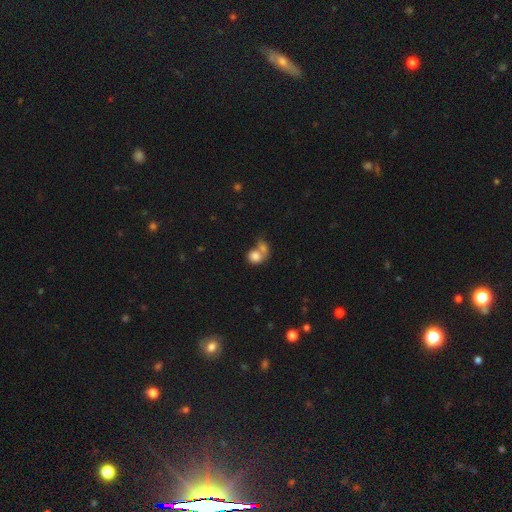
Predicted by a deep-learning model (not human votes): This is clearly a smooth galaxy (81%). How rounded: possibly round (60%). Merging: possibly merger (59%).